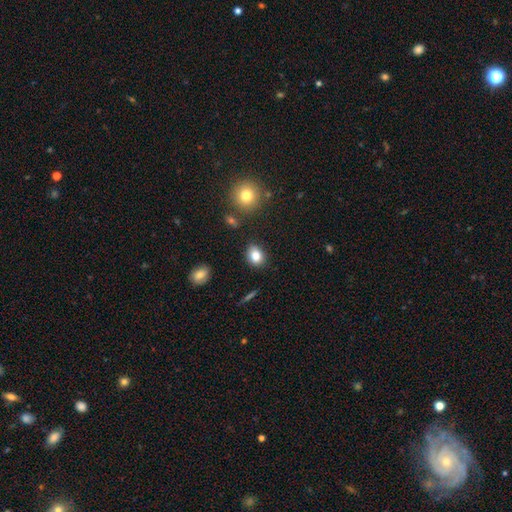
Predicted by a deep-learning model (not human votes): Smooth or featured? smooth (81%)
How rounded? in between (56%)
Merging? none (85%)